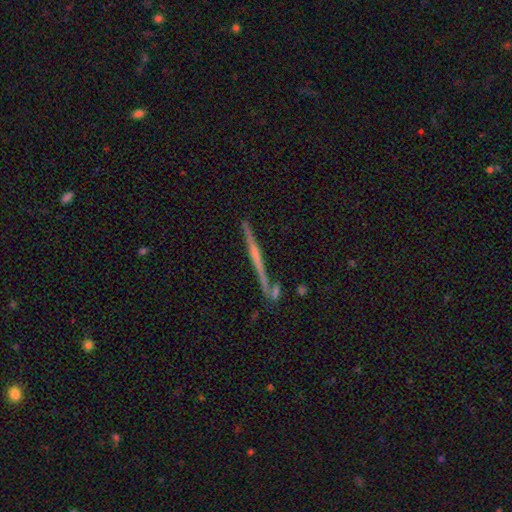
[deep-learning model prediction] This is likely a featured or disk galaxy (68%). It is clearly viewed edge-on (98%). Edge-on bulge: possibly none (53%). Merging: clearly none (83%).